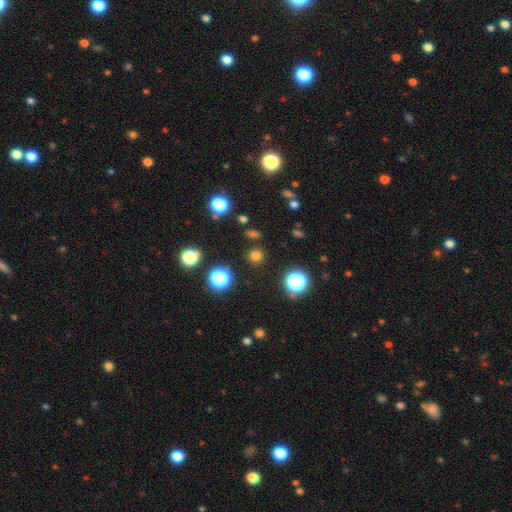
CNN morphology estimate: Smooth or featured: smooth — 72% (star or artifact — 23%)
How rounded: round — 91% (in between — 7%)
Merging: none — 88% (minor disturbance — 6%)